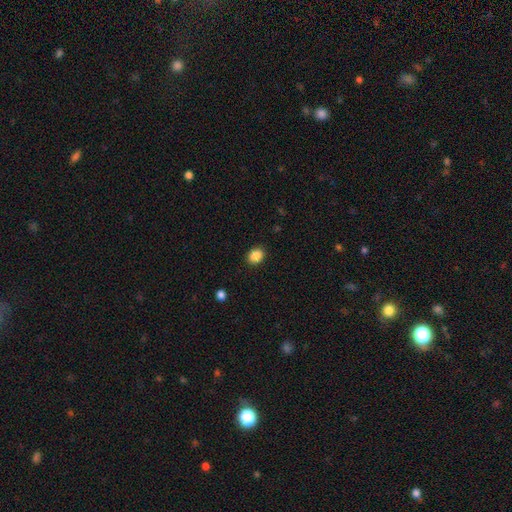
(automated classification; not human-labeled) The model was most divided on "how rounded": round: 54%, in between: 45%, cigar-shaped: 1%. More confident: merging — none (90%); smooth or featured — smooth (87%).